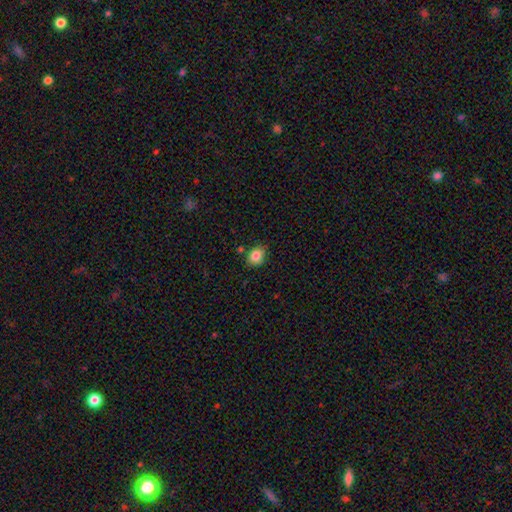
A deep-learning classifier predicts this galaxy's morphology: Smooth or featured?
  - smooth: 85% *
  - star or artifact: 10%
  - featured or disk: 6%
How rounded?
  - round: 56% *
  - in between: 43%
  - cigar-shaped: 1%
Merging?
  - none: 81% *
  - minor disturbance: 12%
  - merger: 3%
  - major disturbance: 3%